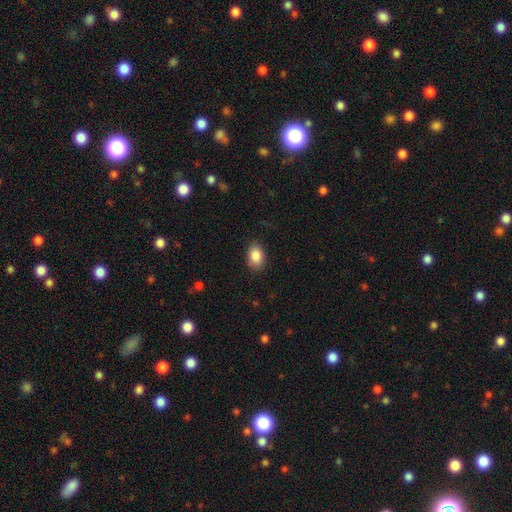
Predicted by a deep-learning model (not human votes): A smooth galaxy with no disk features (87%) that is in between round and cigar-shaped (82%).

Vote fractions:
- Smooth or featured? smooth: 87% / star or artifact: 8% / featured or disk: 5%
- How rounded? in between: 82% / round: 17% / cigar-shaped: 1%
- Merging? none: 84% / minor disturbance: 12% / major disturbance: 3% / merger: 1%